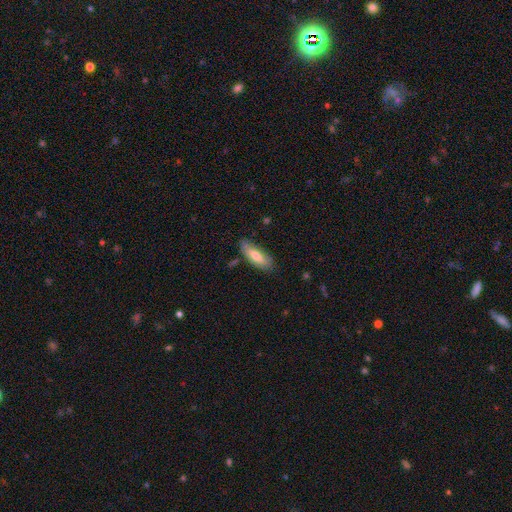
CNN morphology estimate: Q: Smooth or featured?
A: smooth (70%); runner-up: featured or disk (24%)
Q: How rounded?
A: in between (67%); runner-up: cigar-shaped (31%)
Q: Merging?
A: none (74%); runner-up: minor disturbance (20%)